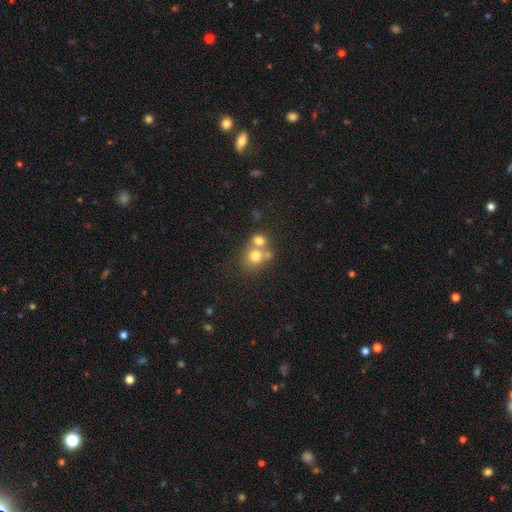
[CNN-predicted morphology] smooth-or-featured: smooth: 72% | featured or disk: 15% | star or artifact: 13%
  how-rounded: round: 79% | in between: 20% | cigar-shaped: 1%
  merging: merger: 51% | none: 39% | minor disturbance: 7% | major disturbance: 3%